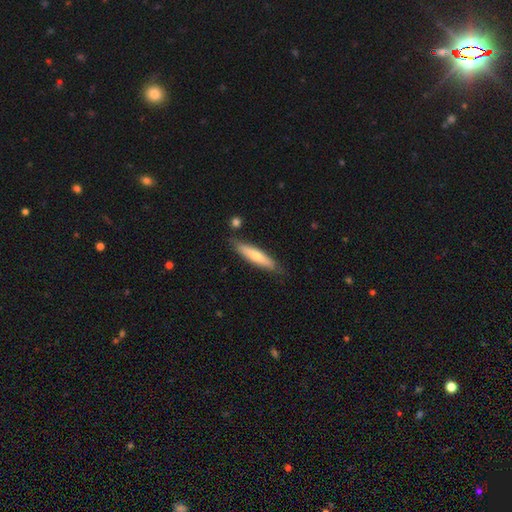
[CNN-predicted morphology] A smooth galaxy with no disk features (64%) that is cigar-shaped (82%). Merging: none (79%).